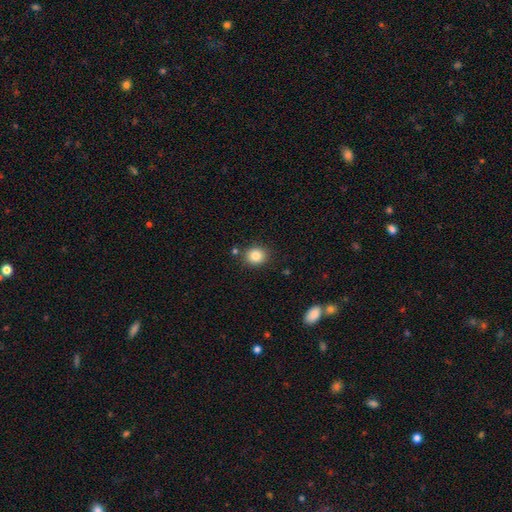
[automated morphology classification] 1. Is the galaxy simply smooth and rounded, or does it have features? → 85% smooth, 10% star or artifact, 6% featured or disk.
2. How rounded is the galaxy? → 74% round, 25% in between, 1% cigar-shaped.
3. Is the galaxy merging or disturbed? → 84% none, 9% minor disturbance, 4% merger, 3% major disturbance.